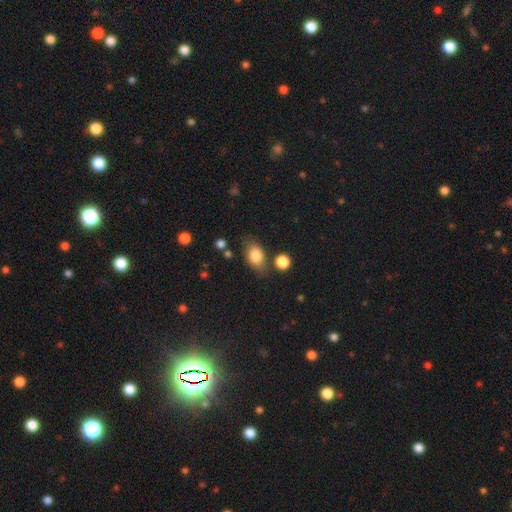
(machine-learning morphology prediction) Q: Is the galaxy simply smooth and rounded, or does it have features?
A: smooth — 81%.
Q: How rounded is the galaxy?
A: in between — 82%.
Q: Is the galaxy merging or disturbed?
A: none — 72%.